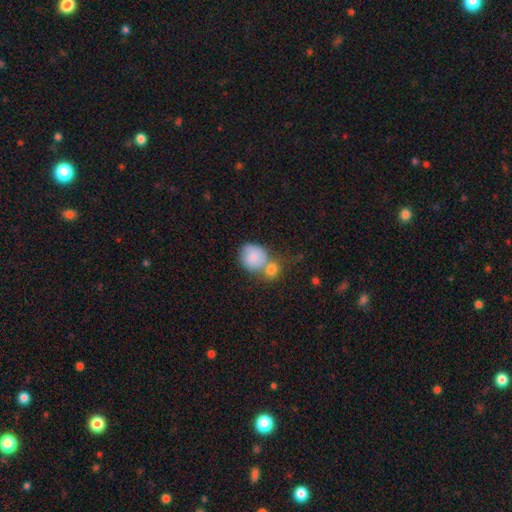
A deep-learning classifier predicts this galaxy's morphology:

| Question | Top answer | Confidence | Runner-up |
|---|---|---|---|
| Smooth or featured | smooth | 79% | featured or disk (14%) |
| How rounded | round | 73% | in between (26%) |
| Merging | merger | 51% | none (29%) |